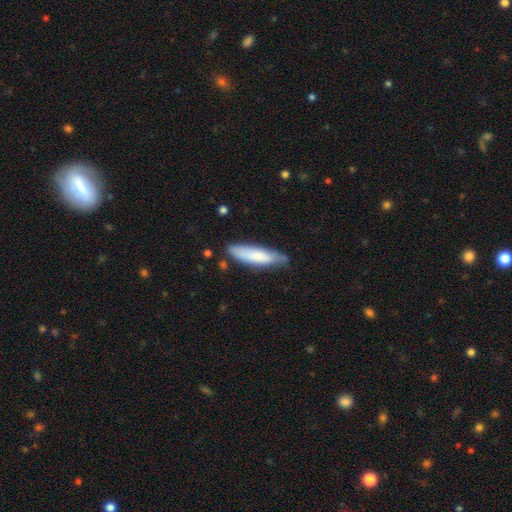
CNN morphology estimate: This is likely a smooth galaxy (75%). How rounded: likely cigar-shaped (70%). Merging: likely none (72%).